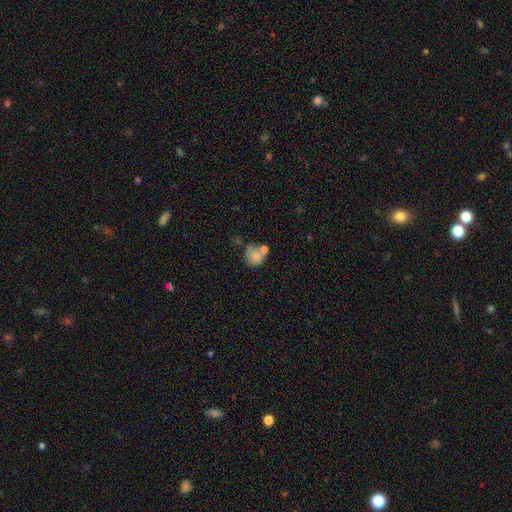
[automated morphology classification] Smooth or featured? smooth (74%)
How rounded? round (77%)
Merging? none (39%)